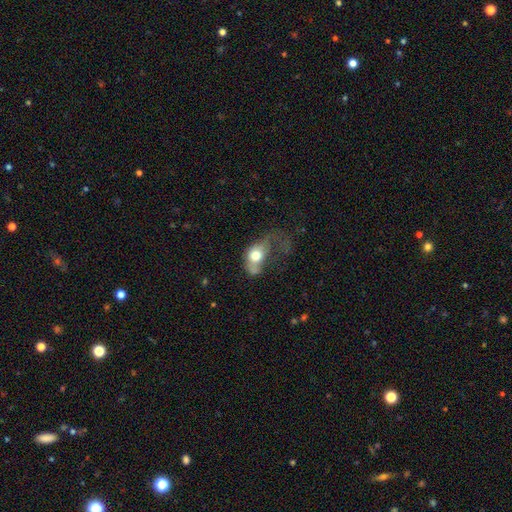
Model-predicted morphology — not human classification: The model was most divided on "merging": major disturbance: 56%, minor disturbance: 18%, none: 14%, merger: 11%. More confident: how rounded — in between (71%); smooth or featured — smooth (66%).